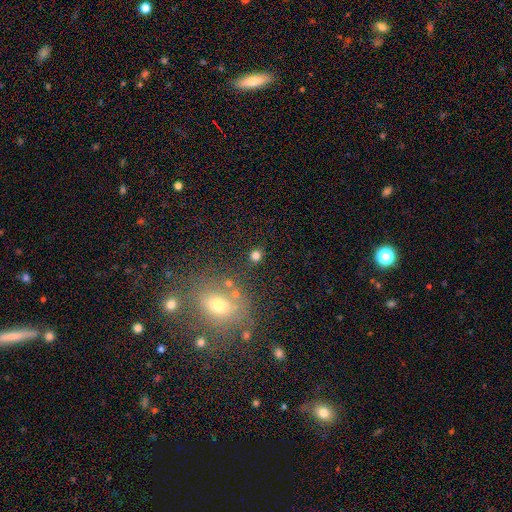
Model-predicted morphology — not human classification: A smooth galaxy with no disk features (78%) that is round (83%). Merging: none (83%).